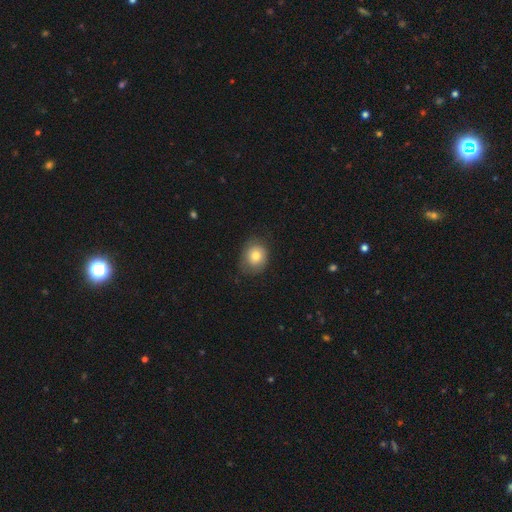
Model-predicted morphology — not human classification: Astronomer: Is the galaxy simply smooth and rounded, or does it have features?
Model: smooth — 76%.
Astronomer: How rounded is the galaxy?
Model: round — 66%.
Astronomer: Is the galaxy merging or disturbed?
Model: none — 71%.